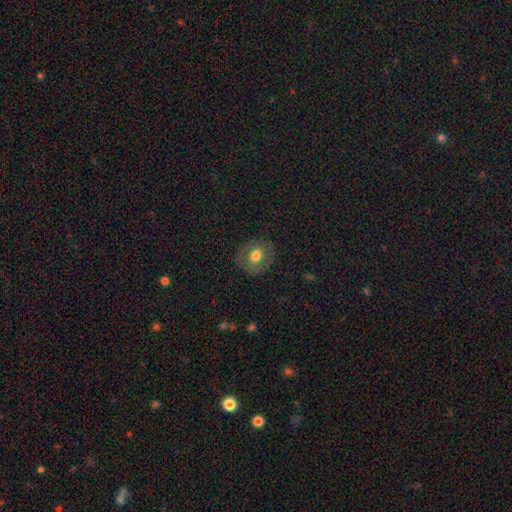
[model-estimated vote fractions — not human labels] smooth 60%, featured or disk 31%, star or artifact 9%. Down the decision tree: how rounded — round (71%); merging — none (81%).